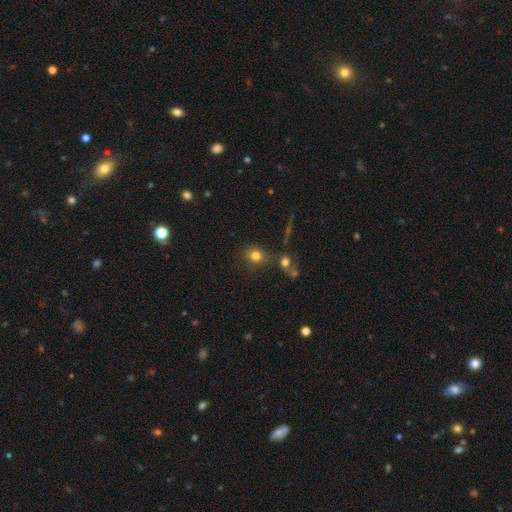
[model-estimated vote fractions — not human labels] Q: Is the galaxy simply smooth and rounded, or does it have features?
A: smooth — 77%.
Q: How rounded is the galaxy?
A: round — 73%.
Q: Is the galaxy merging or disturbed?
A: none — 66%.